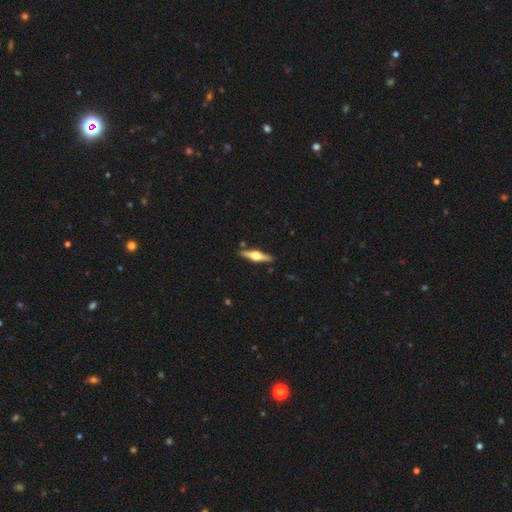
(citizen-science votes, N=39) featured or disk 77%, smooth 18%, star or artifact 5%. Down the decision tree: edge-on disk — yes (100%); edge-on bulge — rounded (100%); merging — none (89%).